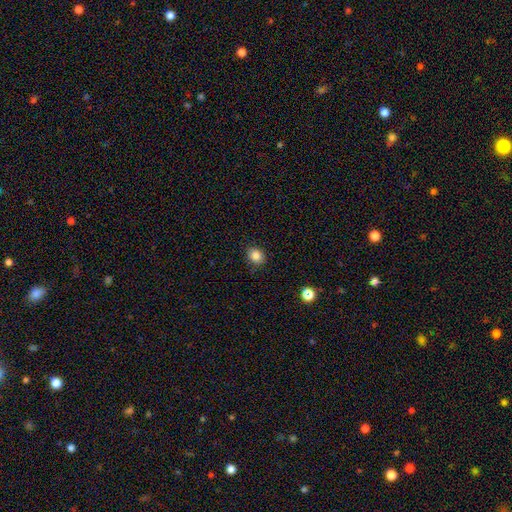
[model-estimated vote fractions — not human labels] A smooth galaxy with no disk features (84%) that is round (70%). Merging: none (88%).